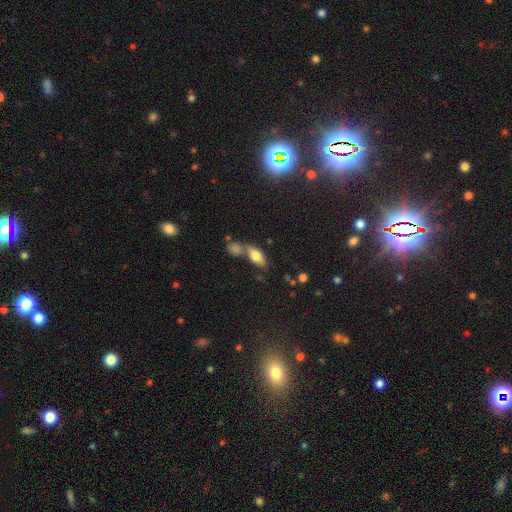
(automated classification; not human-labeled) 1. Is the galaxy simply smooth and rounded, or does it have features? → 64% smooth, 25% featured or disk, 11% star or artifact.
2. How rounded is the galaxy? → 75% in between, 18% cigar-shaped, 7% round.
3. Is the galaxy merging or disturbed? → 48% none, 33% merger, 14% minor disturbance, 6% major disturbance.